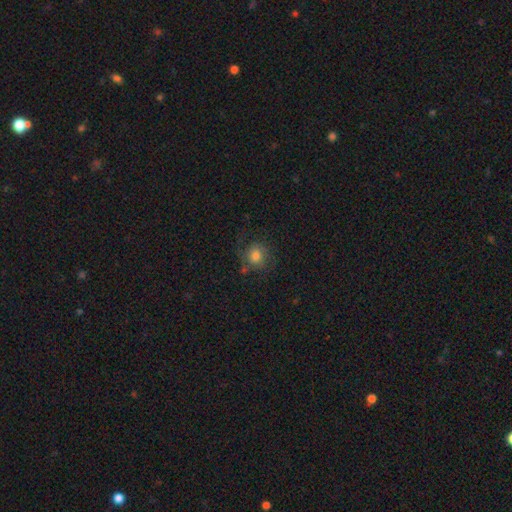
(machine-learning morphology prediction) Smooth or featured? Predicted: smooth (p=0.59). How rounded? Predicted: round (p=0.79). Merging? Predicted: none (p=0.64).